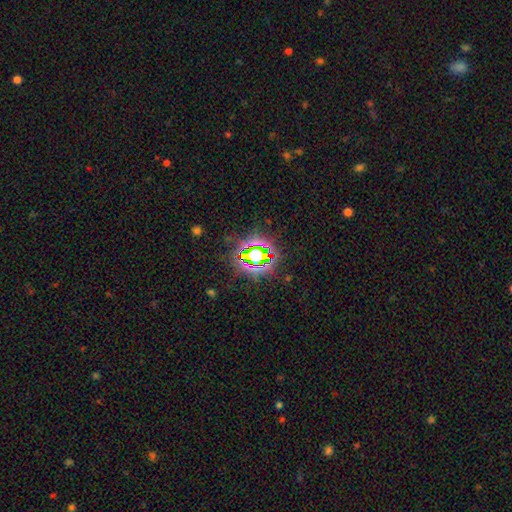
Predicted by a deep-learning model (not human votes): smooth_or_featured: star or artifact (p=0.74) [alt: smooth p=0.16]